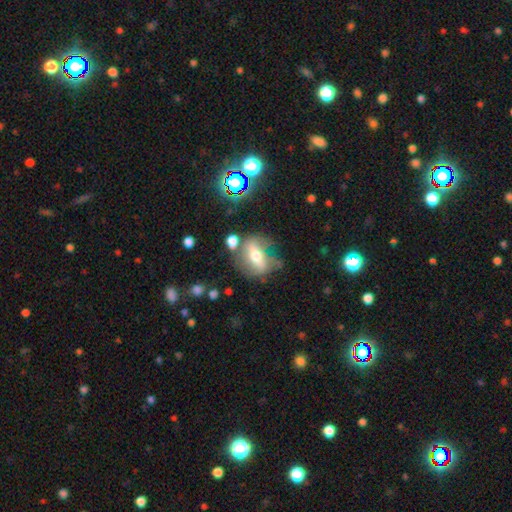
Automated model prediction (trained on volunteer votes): Q: Smooth or featured?
A: featured or disk (53%); runner-up: smooth (35%)
Q: Edge-on disk?
A: no (75%); runner-up: yes (25%)
Q: Merging?
A: none (52%); runner-up: minor disturbance (21%)